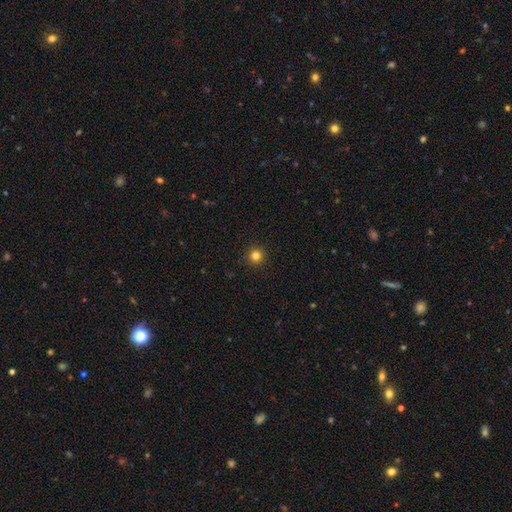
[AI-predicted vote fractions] A smooth galaxy with no disk features (82%) that is round (96%).

Vote fractions:
- Smooth or featured? smooth: 82% / star or artifact: 13% / featured or disk: 5%
- How rounded? round: 96% / in between: 3% / cigar-shaped: 1%
- Merging? none: 93% / minor disturbance: 4% / major disturbance: 2% / merger: 1%